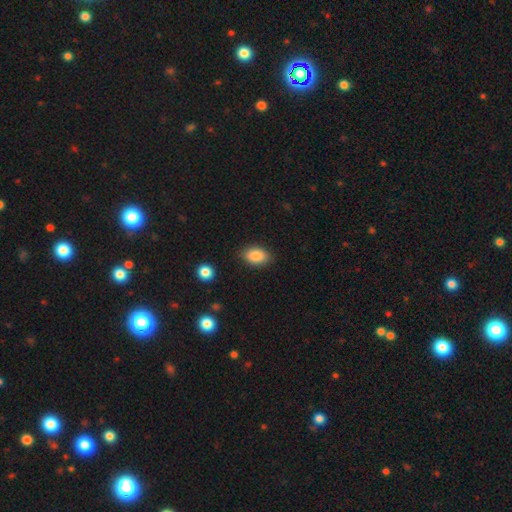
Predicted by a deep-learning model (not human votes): This is clearly a smooth galaxy (87%). How rounded: clearly in between (86%). Merging: clearly none (84%).